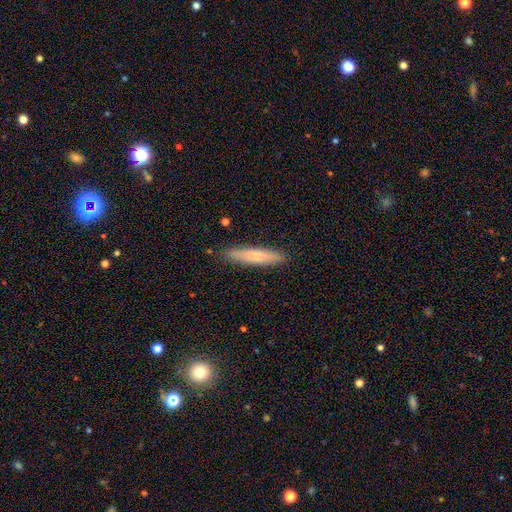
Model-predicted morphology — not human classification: A smooth galaxy with no disk features (69%) that is cigar-shaped (89%). Merging: none (89%).